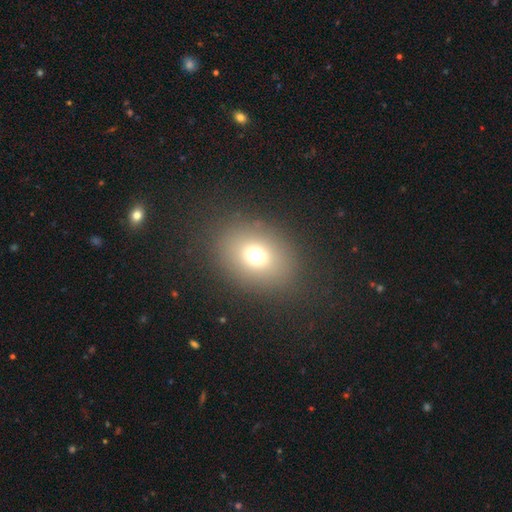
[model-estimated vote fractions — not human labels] Smooth or featured? smooth (69%)
How rounded? in between (52%)
Merging? none (82%)